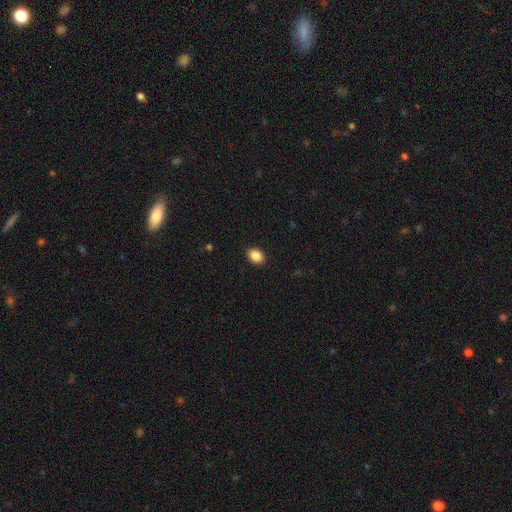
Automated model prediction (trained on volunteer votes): Smooth or featured? smooth (87%)
How rounded? in between (71%)
Merging? none (90%)